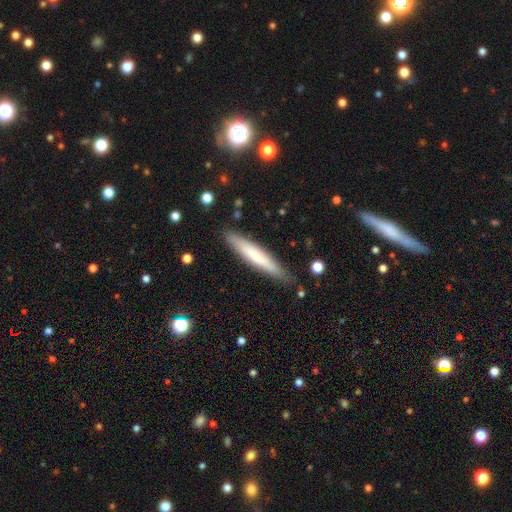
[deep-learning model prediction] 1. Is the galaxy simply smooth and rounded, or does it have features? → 62% smooth, 33% featured or disk, 6% star or artifact.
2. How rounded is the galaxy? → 91% cigar-shaped, 8% in between, 1% round.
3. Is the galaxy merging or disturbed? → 86% none, 11% minor disturbance, 2% major disturbance, 2% merger.